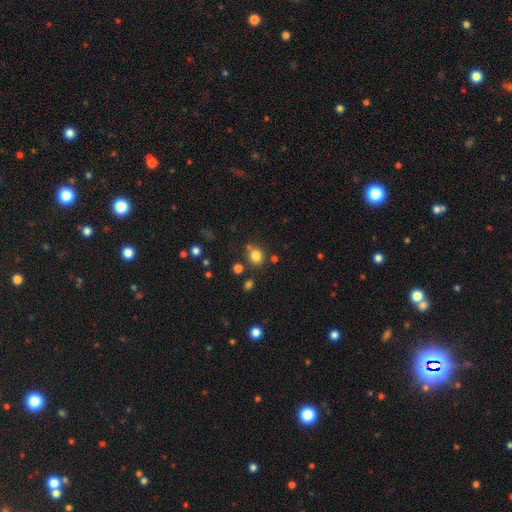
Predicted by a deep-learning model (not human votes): This appears to be a smooth galaxy with no disk features (81%) that is round (78%). Merging: none (75%).